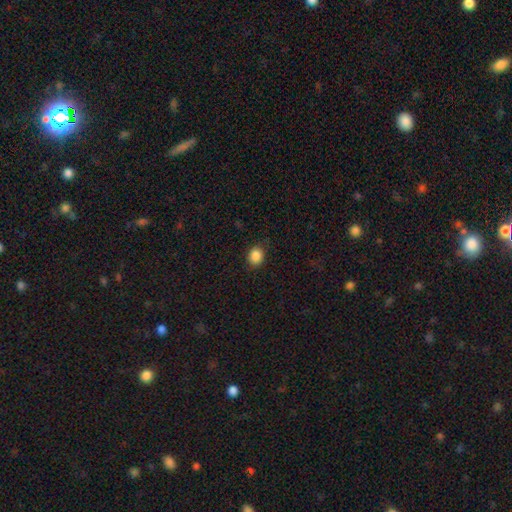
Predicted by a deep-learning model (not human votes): The model was most divided on "how rounded": round: 64%, in between: 35%, cigar-shaped: 1%. More confident: smooth or featured — smooth (87%); merging — none (87%).